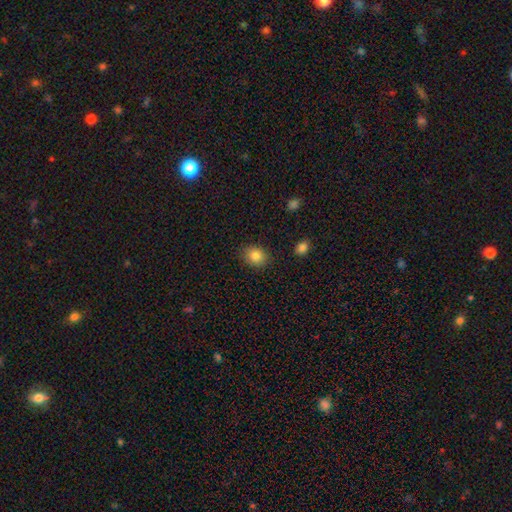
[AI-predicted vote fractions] smooth 85%, star or artifact 9%, featured or disk 6%. Down the decision tree: how rounded — round (56%); merging — none (86%).